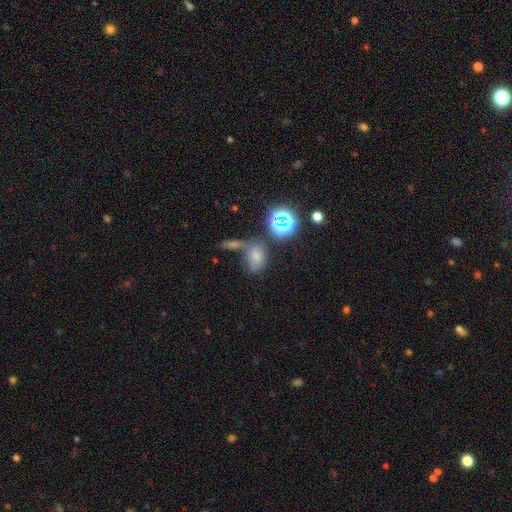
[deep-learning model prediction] This is likely a smooth galaxy (65%). How rounded: likely in between (79%). Merging: marginally none (42%).